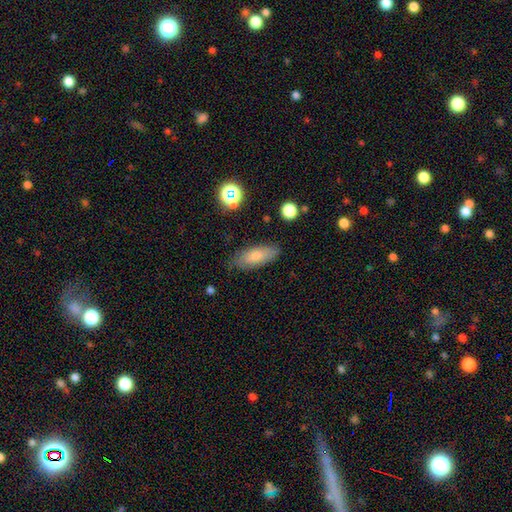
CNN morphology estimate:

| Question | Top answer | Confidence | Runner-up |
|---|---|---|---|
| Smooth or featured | smooth | 73% | featured or disk (18%) |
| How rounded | in between | 73% | cigar-shaped (24%) |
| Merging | none | 81% | minor disturbance (14%) |